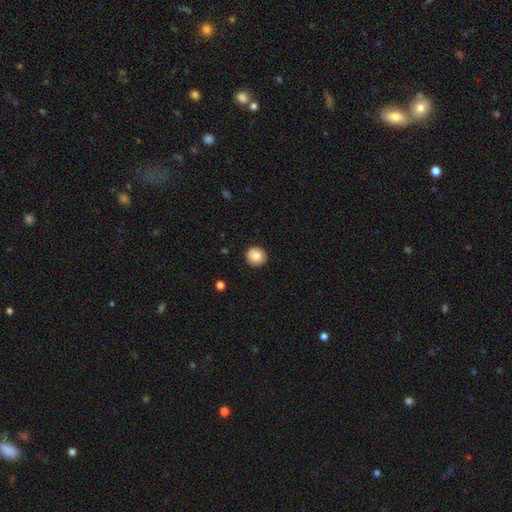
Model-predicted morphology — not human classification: This is clearly a smooth galaxy (83%). How rounded: clearly round (94%). Merging: clearly none (90%).